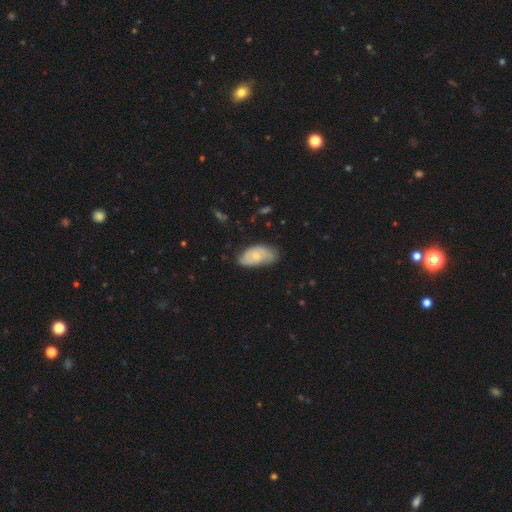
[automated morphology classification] A smooth galaxy with no disk features (58%) that is in between round and cigar-shaped (93%). Merging: none (54%).